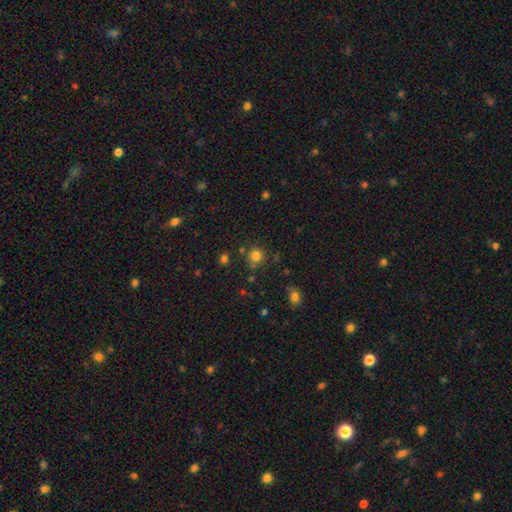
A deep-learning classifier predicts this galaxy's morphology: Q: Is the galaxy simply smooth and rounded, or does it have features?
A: smooth — 79%.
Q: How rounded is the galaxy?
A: round — 90%.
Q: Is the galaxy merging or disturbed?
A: none — 75%.